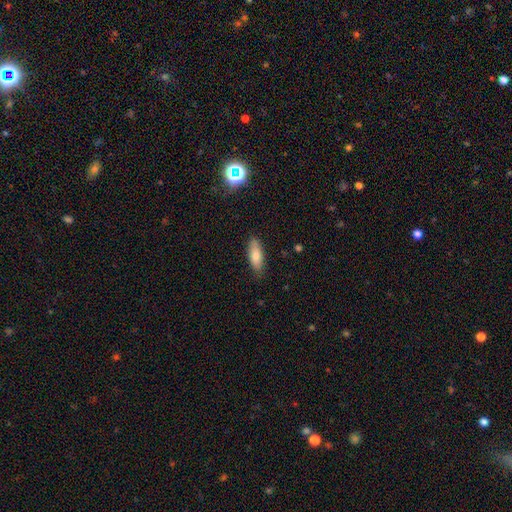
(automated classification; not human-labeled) A smooth galaxy with no disk features (80%) that is in between round and cigar-shaped (64%).

Vote fractions:
- Smooth or featured? smooth: 80% / featured or disk: 13% / star or artifact: 7%
- How rounded? in between: 64% / cigar-shaped: 34% / round: 2%
- Merging? none: 83% / minor disturbance: 13% / major disturbance: 2% / merger: 1%